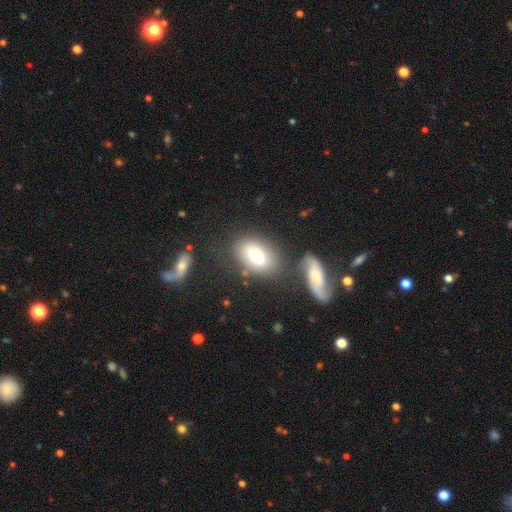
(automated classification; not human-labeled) Smooth or featured?
  - smooth: 73% *
  - featured or disk: 19%
  - star or artifact: 8%
How rounded?
  - in between: 87% *
  - round: 11%
  - cigar-shaped: 2%
Merging?
  - none: 69% *
  - minor disturbance: 14%
  - merger: 12%
  - major disturbance: 5%